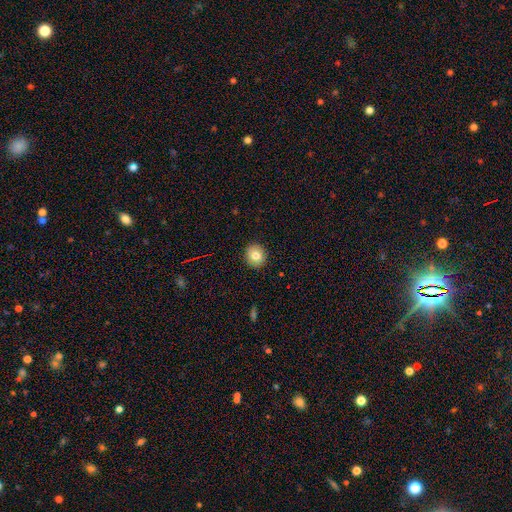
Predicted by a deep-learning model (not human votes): smooth 79%, featured or disk 11%, star or artifact 10%. Down the decision tree: how rounded — round (86%); merging — none (91%).